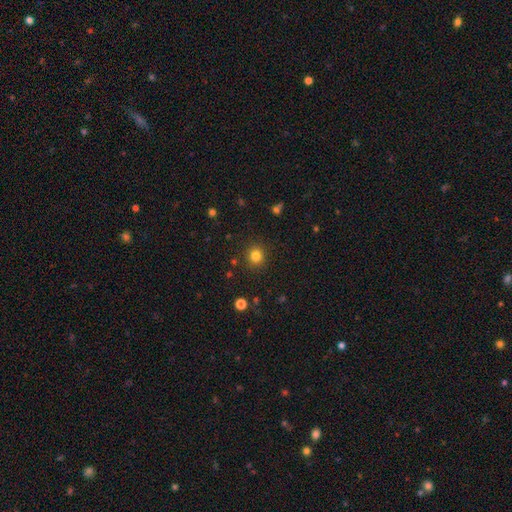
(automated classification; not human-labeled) Overall: smooth (82%). How rounded: round (88%). Merging: none (89%).